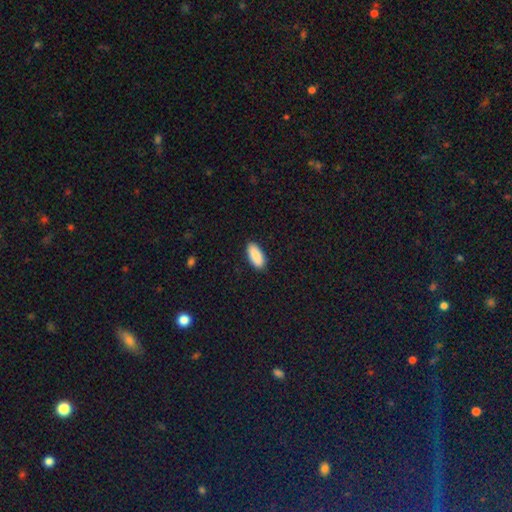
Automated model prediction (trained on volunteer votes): smooth-or-featured: smooth: 89% | star or artifact: 6% | featured or disk: 5%
  how-rounded: in between: 86% | cigar-shaped: 12% | round: 2%
  merging: none: 89% | minor disturbance: 8% | major disturbance: 2% | merger: 1%